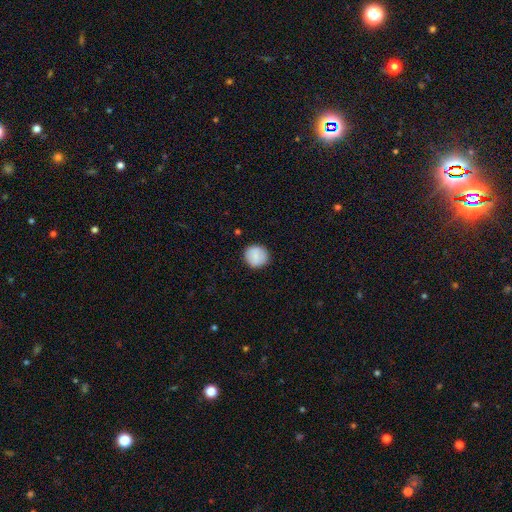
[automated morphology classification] type=smooth (77%); roundness=round (90%); merging=none (88%).